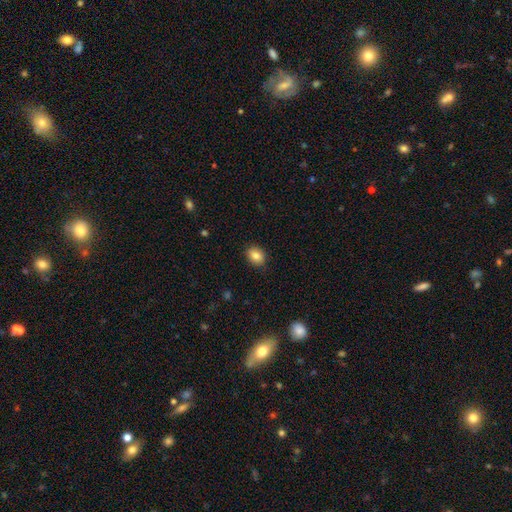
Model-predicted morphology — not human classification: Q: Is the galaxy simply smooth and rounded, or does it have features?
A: smooth — 84%.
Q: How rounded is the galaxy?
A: in between — 61%.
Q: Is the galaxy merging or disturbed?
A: none — 88%.